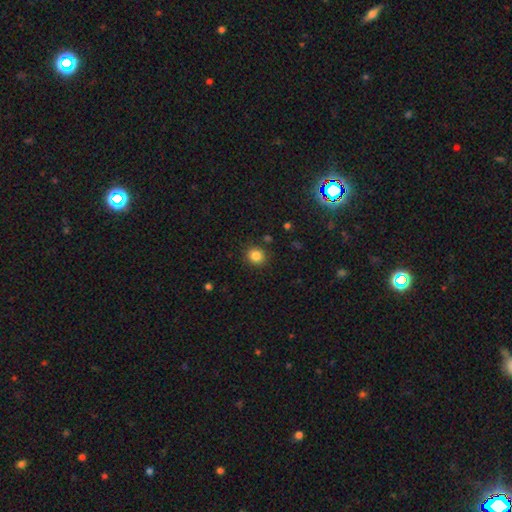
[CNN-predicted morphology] Smooth or featured: smooth — 84% (star or artifact — 11%)
How rounded: round — 85% (in between — 14%)
Merging: none — 87% (minor disturbance — 8%)